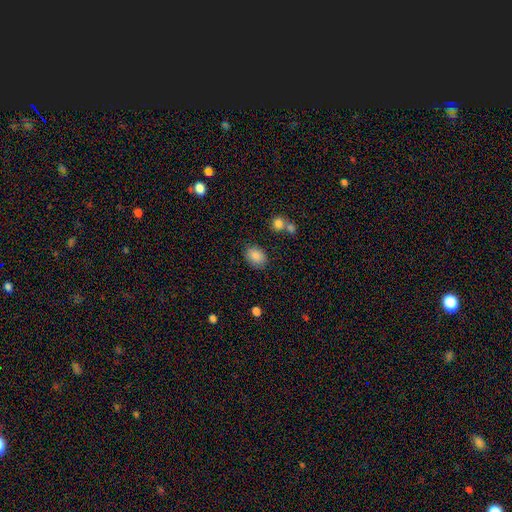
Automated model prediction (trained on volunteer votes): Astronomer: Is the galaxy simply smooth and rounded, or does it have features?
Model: smooth — 87%.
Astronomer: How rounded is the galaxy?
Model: in between — 77%.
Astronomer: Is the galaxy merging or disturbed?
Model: none — 79%.